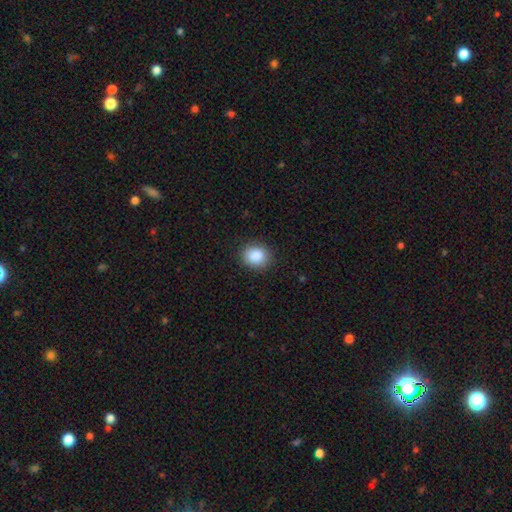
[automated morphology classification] Smooth or featured?
  - smooth: 88% *
  - star or artifact: 8%
  - featured or disk: 4%
How rounded?
  - round: 71% *
  - in between: 28%
  - cigar-shaped: 1%
Merging?
  - none: 88% *
  - minor disturbance: 8%
  - major disturbance: 2%
  - merger: 1%